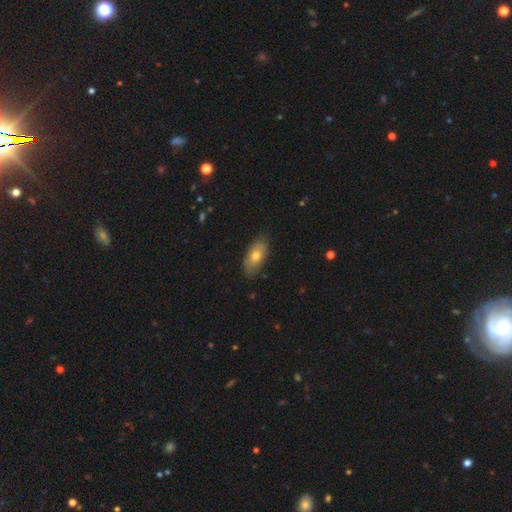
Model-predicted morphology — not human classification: This appears to be a smooth galaxy with no disk features (69%) that is in between round and cigar-shaped (90%). Merging: none (84%).